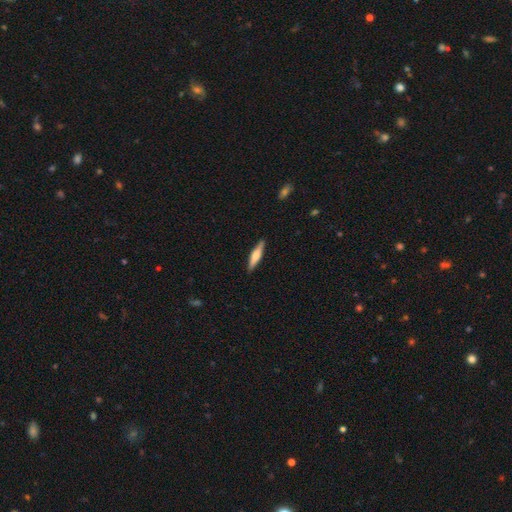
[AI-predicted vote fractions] Q: Smooth or featured?
A: smooth (50%); runner-up: featured or disk (45%)
Q: Merging?
A: none (90%); runner-up: minor disturbance (8%)